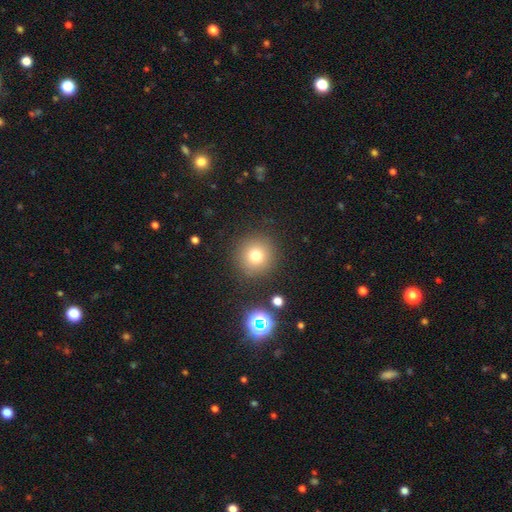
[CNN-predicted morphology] This appears to be a smooth galaxy with no disk features (74%) that is round (95%). Merging: none (88%).